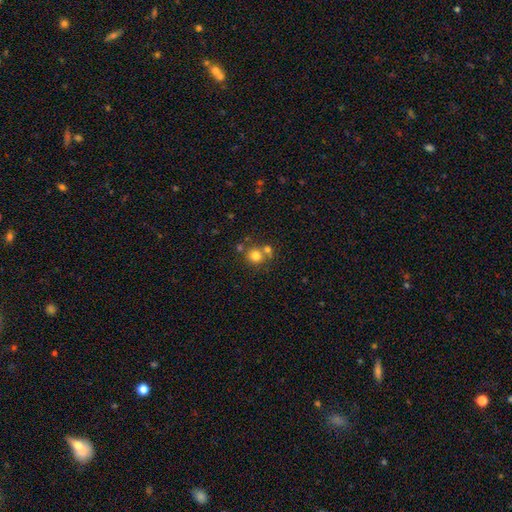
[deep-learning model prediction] smooth 77%, star or artifact 13%, featured or disk 10%. Down the decision tree: how rounded — round (88%); merging — none (57%).